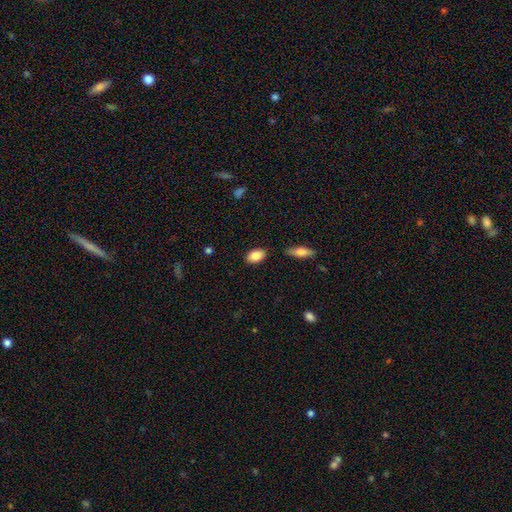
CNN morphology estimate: smooth-or-featured: smooth: 86% | featured or disk: 7% | star or artifact: 7%
  how-rounded: in between: 88% | round: 10% | cigar-shaped: 2%
  merging: none: 85% | minor disturbance: 10% | merger: 3% | major disturbance: 2%